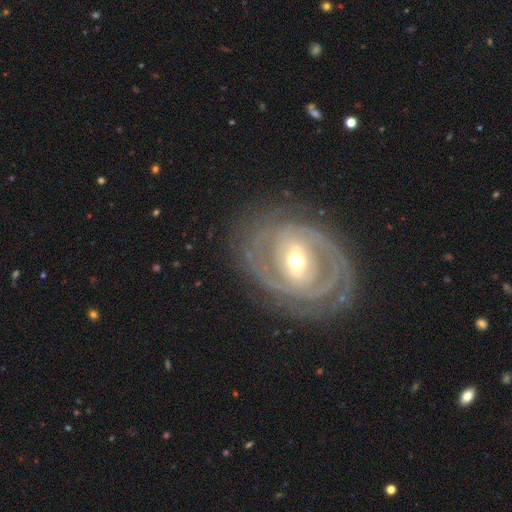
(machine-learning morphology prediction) smooth-or-featured: featured or disk: 82% | smooth: 11% | star or artifact: 7%
  disk-edge-on: no: 94% | yes: 6%
    bar: strong: 41% | weak: 39% | no: 20%
    has-spiral-arms: yes: 84% | no: 16%
      spiral-winding: tight: 71% | medium: 22% | loose: 7%
      spiral-arm-count: 2: 44% | can't tell: 31% | 3: 11% | 4: 5% | 1: 5% | more than 4: 4%
    bulge-size: moderate: 55% | small: 38% | large: 5% | dominant: 1% | none: 1%
  merging: none: 80% | minor disturbance: 13% | major disturbance: 6% | merger: 1%